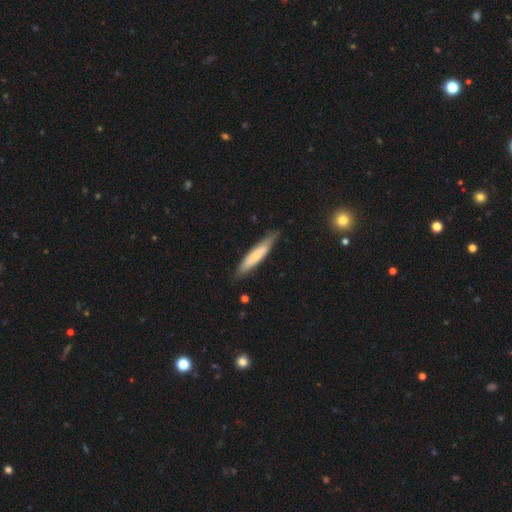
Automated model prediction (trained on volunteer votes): The model was most divided on "smooth or featured": smooth: 63%, featured or disk: 31%, star or artifact: 6%. More confident: how rounded — cigar-shaped (86%); merging — none (79%).